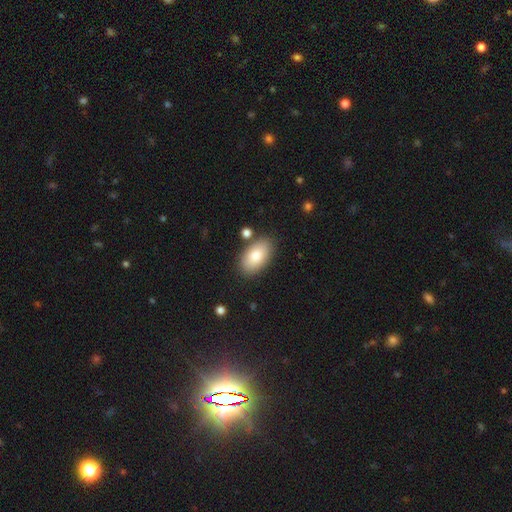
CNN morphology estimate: Smooth or featured: smooth — 80% (featured or disk — 13%)
How rounded: in between — 94% (round — 4%)
Merging: none — 82% (minor disturbance — 11%)